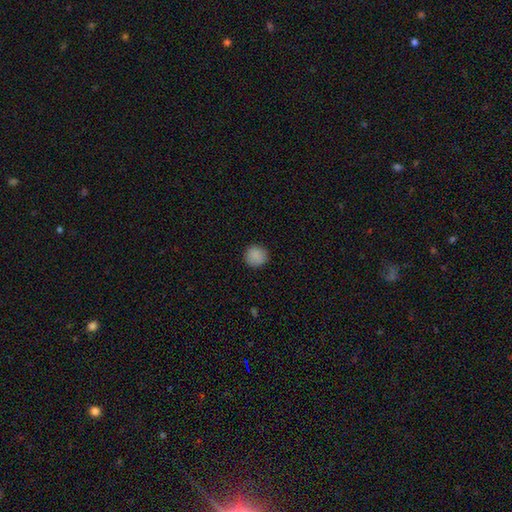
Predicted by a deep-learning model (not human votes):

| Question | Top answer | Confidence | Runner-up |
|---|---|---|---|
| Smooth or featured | smooth | 88% | star or artifact (9%) |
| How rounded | round | 92% | in between (7%) |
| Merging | none | 90% | minor disturbance (7%) |